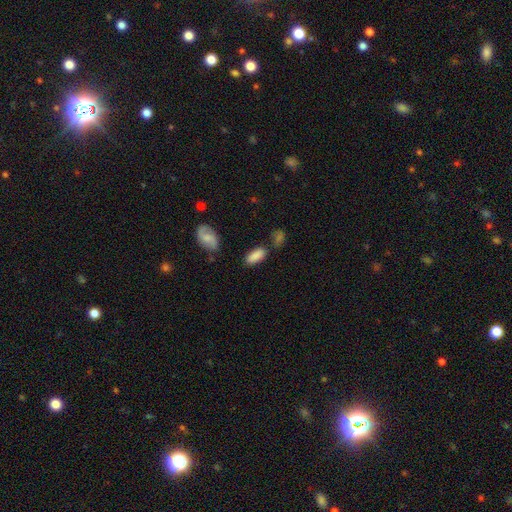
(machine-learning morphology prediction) A smooth galaxy with no disk features (86%) that is in between round and cigar-shaped (86%).

Vote fractions:
- Smooth or featured? smooth: 86% / featured or disk: 8% / star or artifact: 7%
- How rounded? in between: 86% / cigar-shaped: 12% / round: 2%
- Merging? none: 76% / minor disturbance: 14% / merger: 6% / major disturbance: 4%